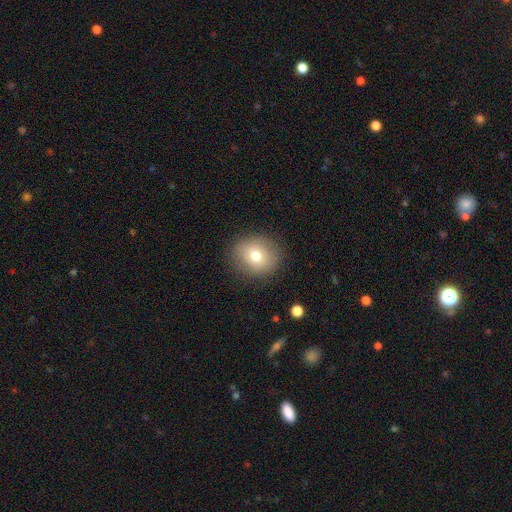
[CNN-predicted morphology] This is likely a smooth galaxy (73%). How rounded: likely round (76%). Merging: clearly none (86%).